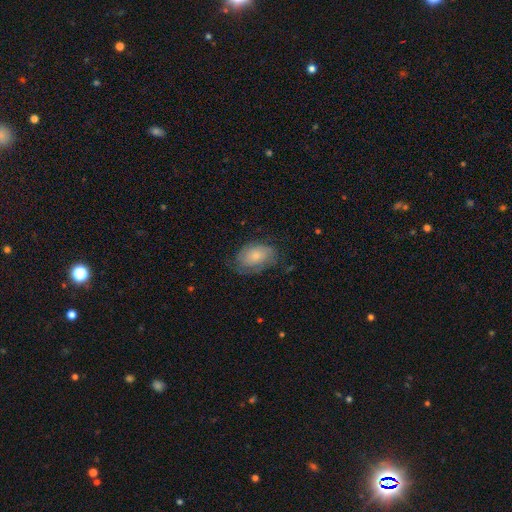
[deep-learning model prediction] A smooth galaxy with no disk features (53%) that is in between round and cigar-shaped (84%).

Vote fractions:
- Smooth or featured? smooth: 53% / featured or disk: 40% / star or artifact: 8%
- How rounded? in between: 84% / round: 15% / cigar-shaped: 1%
- Merging? none: 63% / minor disturbance: 25% / major disturbance: 11% / merger: 1%